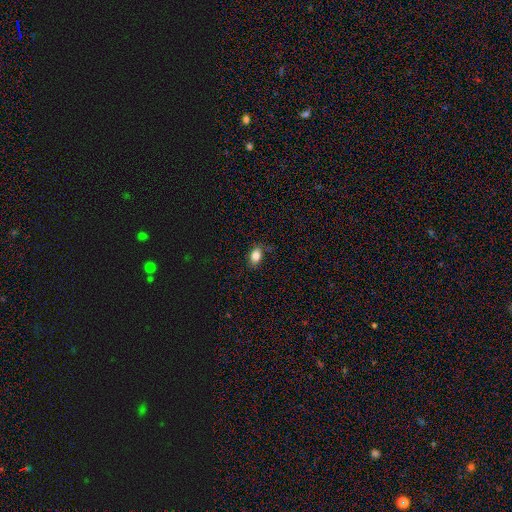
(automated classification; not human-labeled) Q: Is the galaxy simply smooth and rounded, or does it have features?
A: smooth — 83%.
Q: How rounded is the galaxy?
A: in between — 83%.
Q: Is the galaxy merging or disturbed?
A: none — 78%.